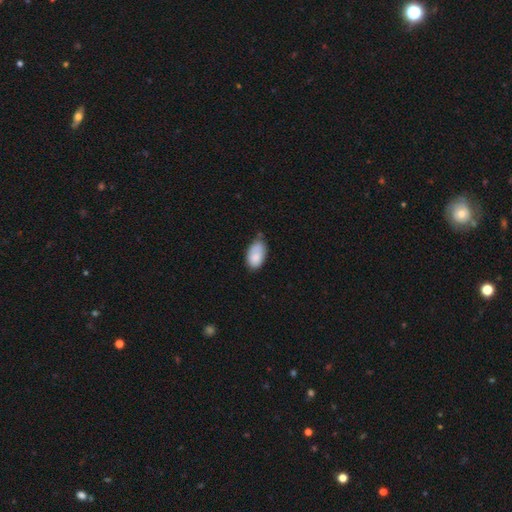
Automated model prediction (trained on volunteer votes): smooth 83%, featured or disk 10%, star or artifact 7%. Down the decision tree: how rounded — in between (93%); merging — none (51%).